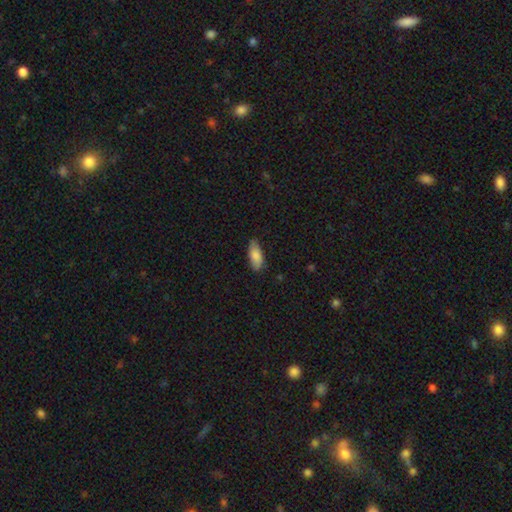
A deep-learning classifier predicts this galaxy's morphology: Smooth or featured?
  - smooth: 85% *
  - featured or disk: 9%
  - star or artifact: 6%
How rounded?
  - in between: 85% *
  - cigar-shaped: 13%
  - round: 2%
Merging?
  - none: 79% *
  - minor disturbance: 17%
  - major disturbance: 3%
  - merger: 1%